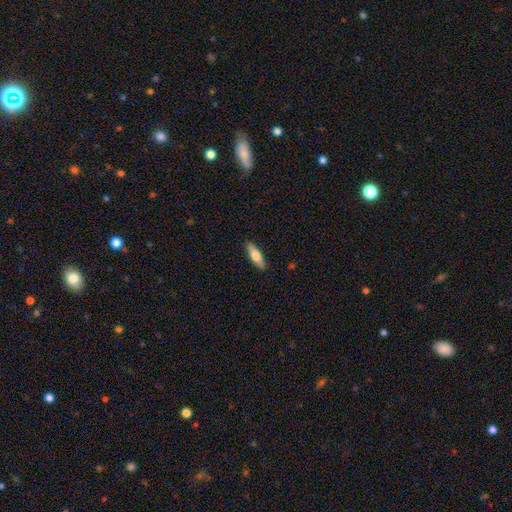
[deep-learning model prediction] Smooth or featured? Predicted: smooth (p=0.69). How rounded? Predicted: in between (p=0.49). Merging? Predicted: none (p=0.89).